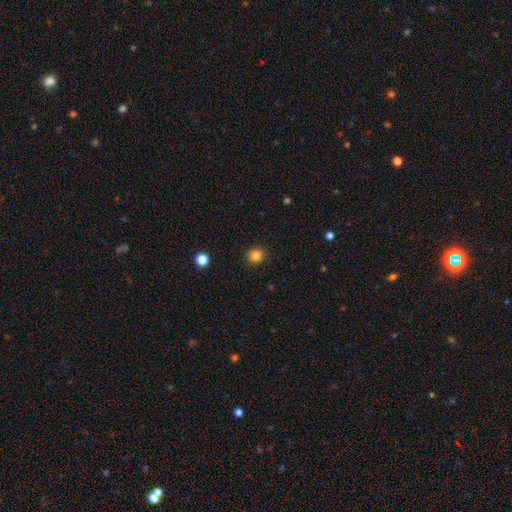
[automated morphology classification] This is clearly a smooth galaxy (84%). How rounded: clearly round (88%). Merging: clearly none (91%).